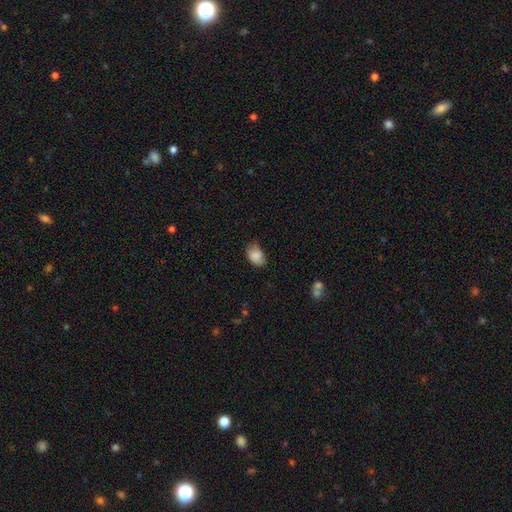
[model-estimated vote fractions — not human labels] Smooth or featured?
  - smooth: 86% *
  - star or artifact: 8%
  - featured or disk: 7%
How rounded?
  - in between: 84% *
  - round: 15%
  - cigar-shaped: 1%
Merging?
  - none: 60% *
  - minor disturbance: 32%
  - major disturbance: 6%
  - merger: 2%